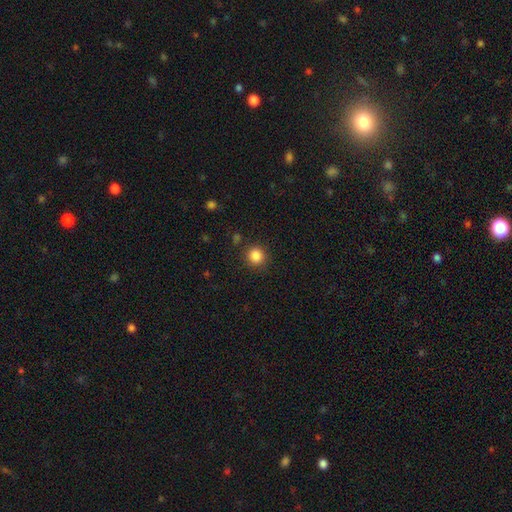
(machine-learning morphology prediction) Overall: smooth (85%). How rounded: round (92%). Merging: none (89%).